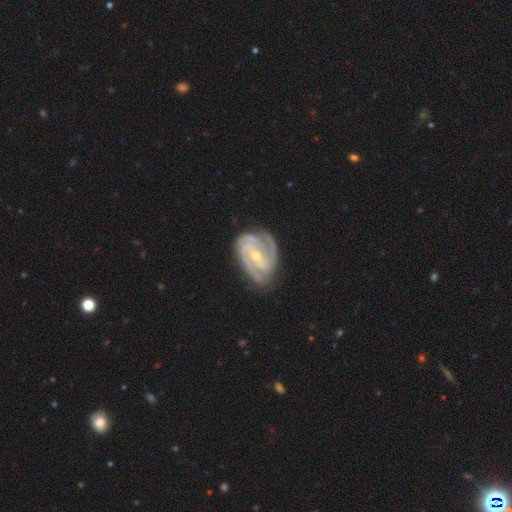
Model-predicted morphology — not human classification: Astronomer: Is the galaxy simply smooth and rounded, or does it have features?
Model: featured or disk — 91%.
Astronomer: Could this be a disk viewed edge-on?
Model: no — 98%.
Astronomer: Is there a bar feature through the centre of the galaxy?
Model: weak — 43% (runner-up: no, 35%).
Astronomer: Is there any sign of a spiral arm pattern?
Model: yes — 98%.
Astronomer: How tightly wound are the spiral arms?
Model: tight — 62%.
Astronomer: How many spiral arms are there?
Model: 3 — 45% (runner-up: 2, 24%).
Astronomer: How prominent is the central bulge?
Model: small — 55% (runner-up: moderate, 42%).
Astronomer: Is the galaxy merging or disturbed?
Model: none — 72%.